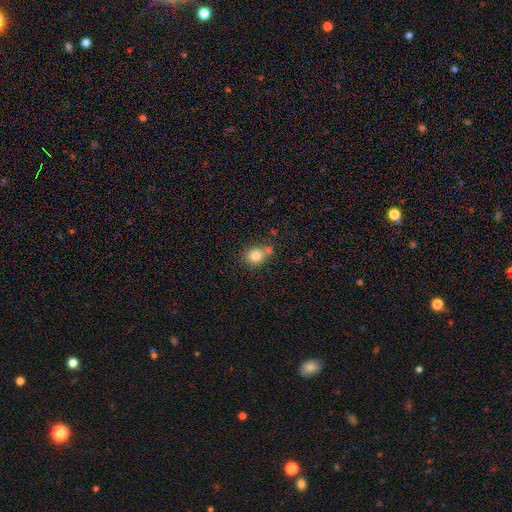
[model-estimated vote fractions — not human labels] Smooth or featured? Predicted: smooth (p=0.82). How rounded? Predicted: round (p=0.63). Merging? Predicted: none (p=0.60).